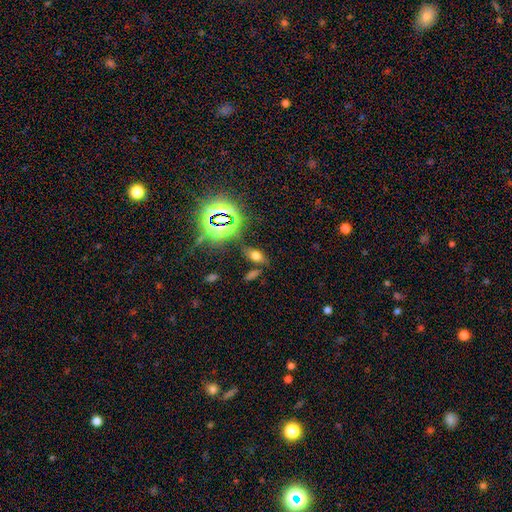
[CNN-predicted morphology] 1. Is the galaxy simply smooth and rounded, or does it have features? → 58% smooth, 29% star or artifact, 13% featured or disk.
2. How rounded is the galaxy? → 83% in between, 9% cigar-shaped, 8% round.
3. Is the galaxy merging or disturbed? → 75% none, 13% minor disturbance, 6% merger, 5% major disturbance.